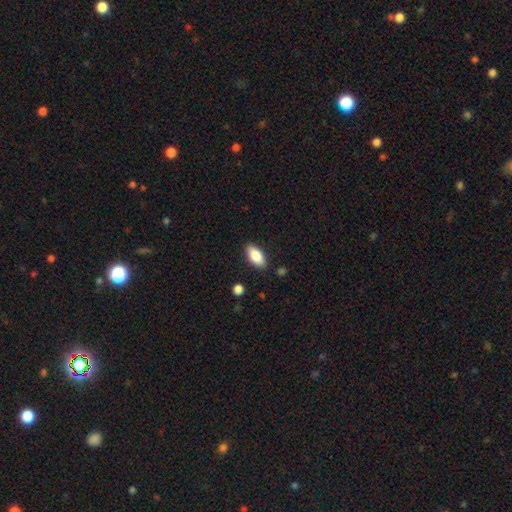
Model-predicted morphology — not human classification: smooth_or_featured: smooth (p=0.85) [alt: featured or disk p=0.08]
how_rounded: in between (p=0.91) [alt: cigar-shaped p=0.06]
merging: none (p=0.86) [alt: minor disturbance p=0.10]